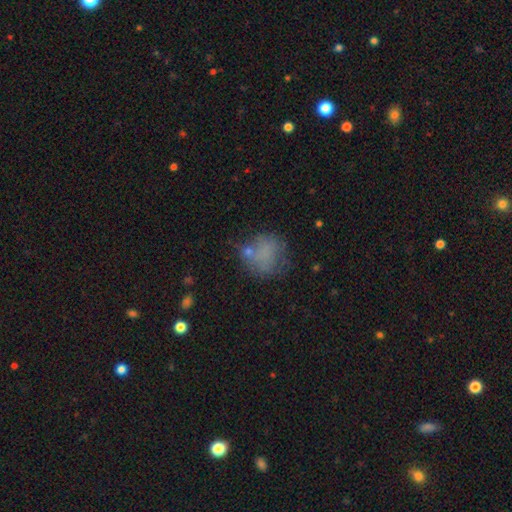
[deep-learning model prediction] A smooth galaxy with no disk features (64%) that is round (74%).

Vote fractions:
- Smooth or featured? smooth: 64% / featured or disk: 19% / star or artifact: 16%
- How rounded? round: 74% / in between: 25% / cigar-shaped: 1%
- Merging? none: 54% / minor disturbance: 22% / major disturbance: 15% / merger: 9%